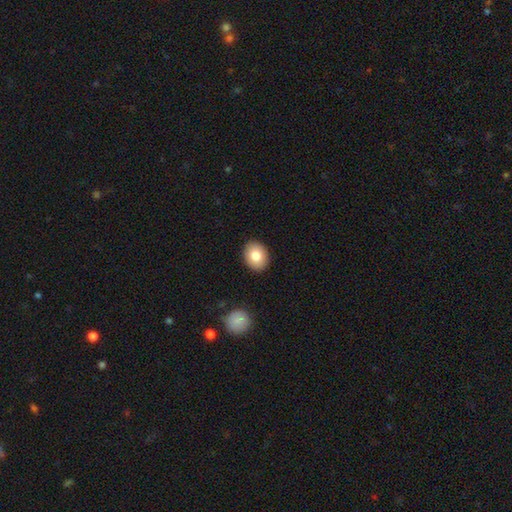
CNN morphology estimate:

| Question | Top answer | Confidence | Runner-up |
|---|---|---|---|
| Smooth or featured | smooth | 82% | featured or disk (10%) |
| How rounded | in between | 57% | round (43%) |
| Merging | none | 89% | minor disturbance (7%) |